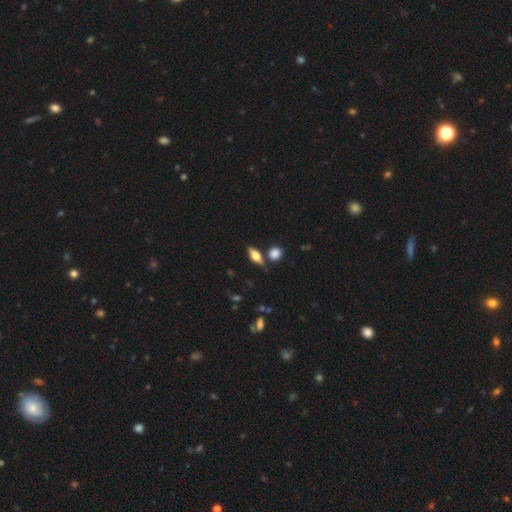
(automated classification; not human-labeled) A smooth galaxy with no disk features (47%). Merging: none (76%).